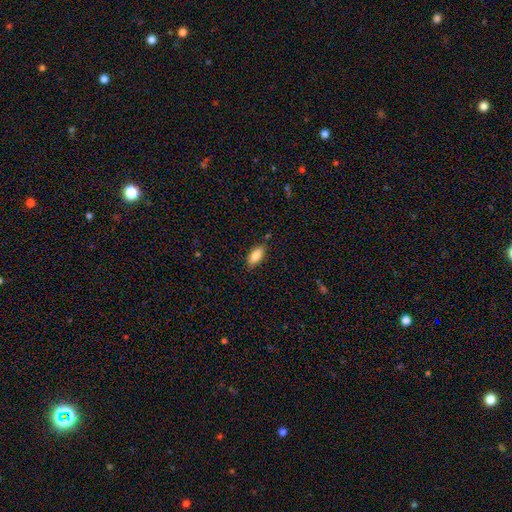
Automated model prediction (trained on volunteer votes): Smooth or featured?
  - smooth: 87% *
  - star or artifact: 7%
  - featured or disk: 6%
How rounded?
  - in between: 88% *
  - cigar-shaped: 10%
  - round: 2%
Merging?
  - none: 82% *
  - minor disturbance: 13%
  - major disturbance: 3%
  - merger: 2%